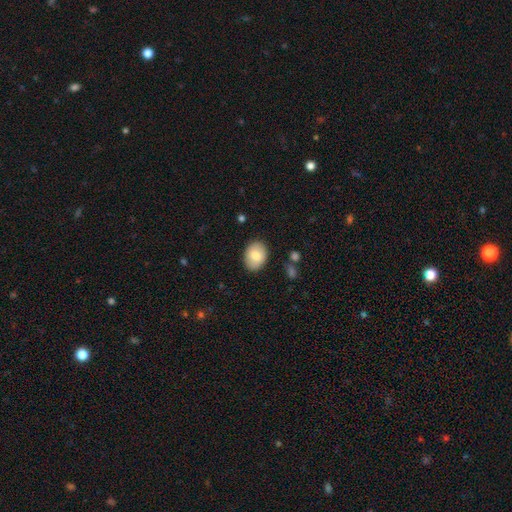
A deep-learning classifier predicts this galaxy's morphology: Overall: smooth (79%). How rounded: in between (73%). Merging: none (87%).